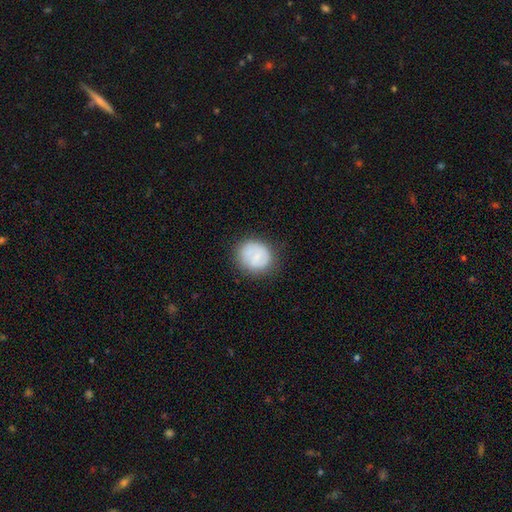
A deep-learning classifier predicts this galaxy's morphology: This appears to be a smooth galaxy with no disk features (67%) that is round (83%). Merging: none (76%).